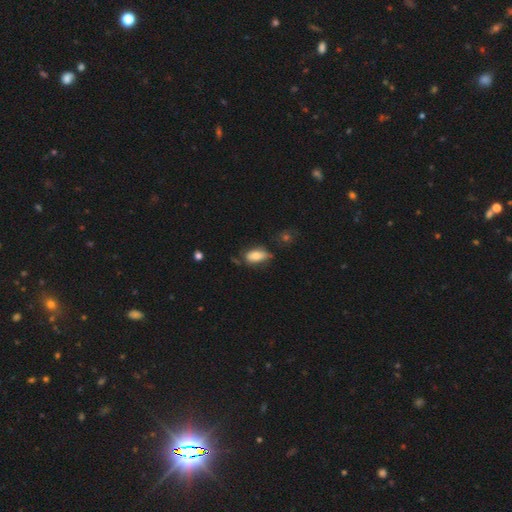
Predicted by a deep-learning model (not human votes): Overall: smooth (71%). How rounded: in between (89%). Merging: none (52%; minor disturbance 33%).